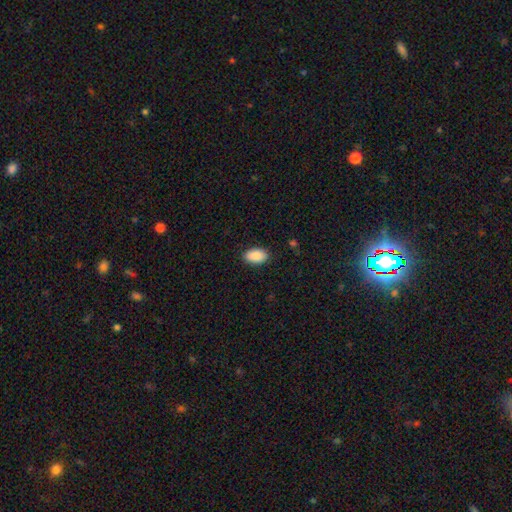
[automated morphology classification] A smooth galaxy with no disk features (90%) that is in between round and cigar-shaped (94%).

Vote fractions:
- Smooth or featured? smooth: 90% / star or artifact: 7% / featured or disk: 4%
- How rounded? in between: 94% / round: 5% / cigar-shaped: 1%
- Merging? none: 89% / minor disturbance: 8% / major disturbance: 2% / merger: 1%